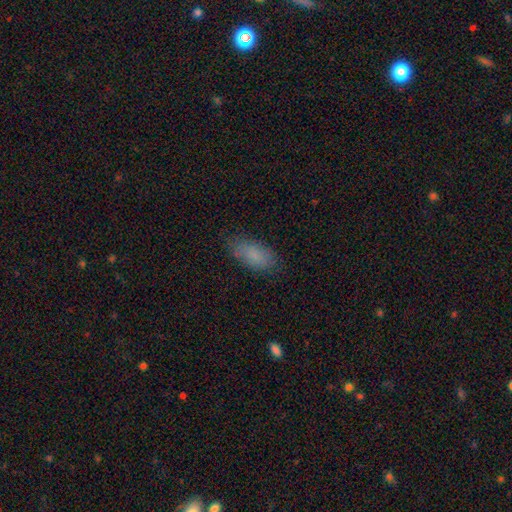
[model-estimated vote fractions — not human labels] smooth_or_featured: smooth (p=0.85) [alt: featured or disk p=0.08]
how_rounded: in between (p=0.89) [alt: cigar-shaped p=0.08]
merging: none (p=0.79) [alt: minor disturbance p=0.16]